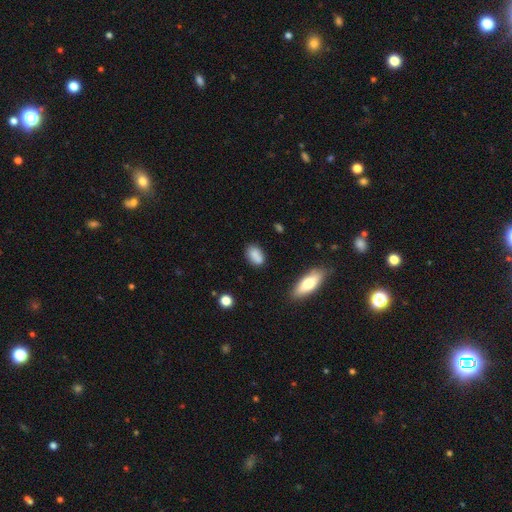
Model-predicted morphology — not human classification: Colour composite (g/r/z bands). It shows a smooth galaxy with no disk features (82%) that is in between round and cigar-shaped (85%). Merging: none (67%).